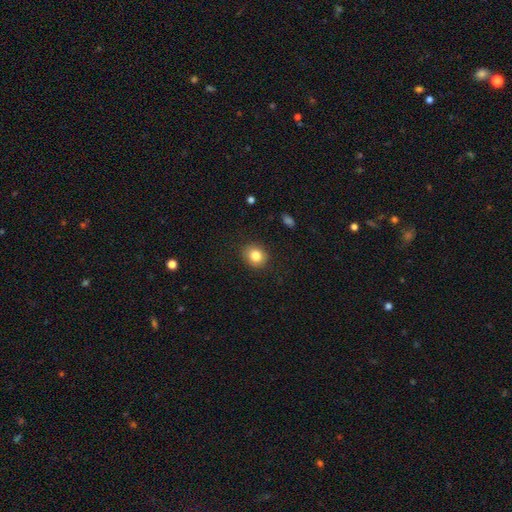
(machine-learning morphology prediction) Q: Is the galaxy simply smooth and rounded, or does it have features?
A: smooth — 83%.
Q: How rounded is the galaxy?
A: round — 70%.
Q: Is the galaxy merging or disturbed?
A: none — 87%.